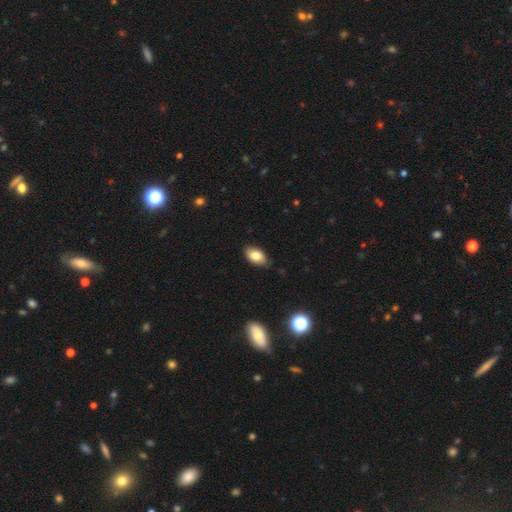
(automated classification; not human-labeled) A smooth galaxy with no disk features (82%) that is in between round and cigar-shaped (92%). Merging: none (80%).